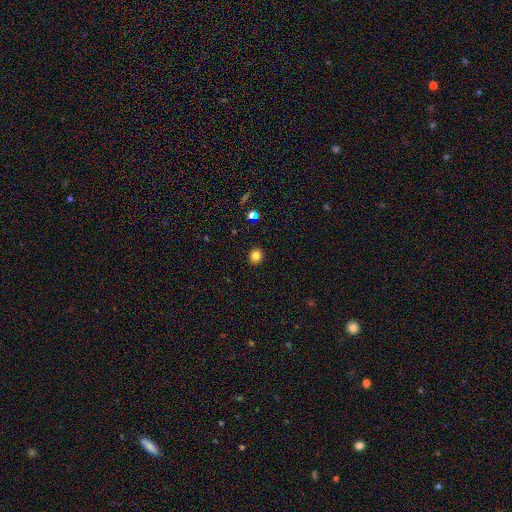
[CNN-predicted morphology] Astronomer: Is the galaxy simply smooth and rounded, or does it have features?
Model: smooth — 83%.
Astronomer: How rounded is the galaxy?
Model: round — 88%.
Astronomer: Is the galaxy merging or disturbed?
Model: none — 92%.